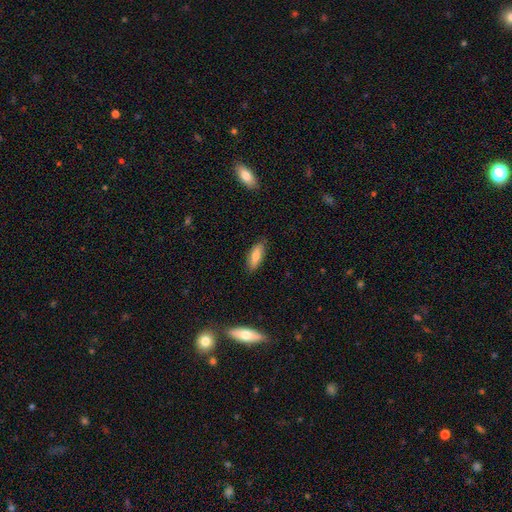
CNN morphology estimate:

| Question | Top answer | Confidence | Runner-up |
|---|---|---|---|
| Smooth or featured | smooth | 79% | featured or disk (14%) |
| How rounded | in between | 71% | cigar-shaped (27%) |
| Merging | none | 83% | minor disturbance (13%) |